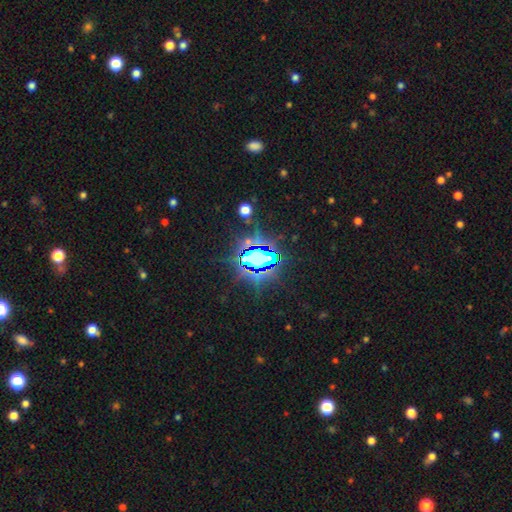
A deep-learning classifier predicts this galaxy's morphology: Smooth or featured? star or artifact (81%)